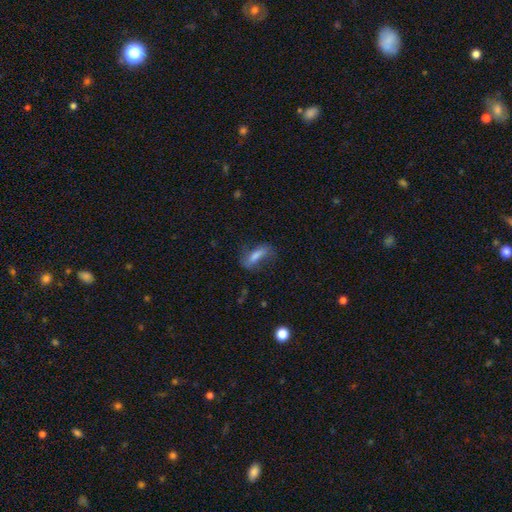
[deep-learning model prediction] A smooth galaxy with no disk features (63%) that is in between round and cigar-shaped (53%). Merging: none (60%).